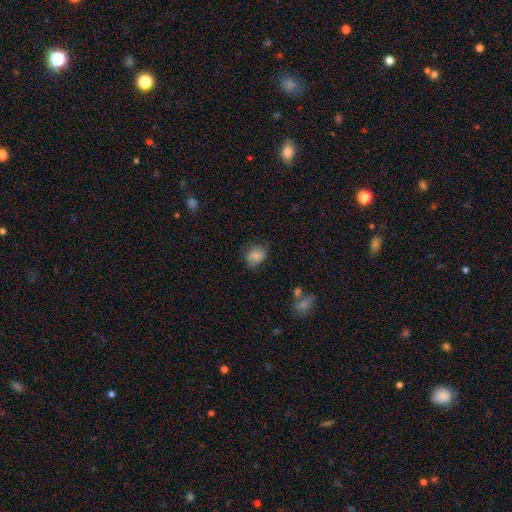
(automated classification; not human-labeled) The model was most divided on "how rounded": in between: 58%, round: 41%, cigar-shaped: 1%. More confident: smooth or featured — smooth (79%); merging — none (64%).